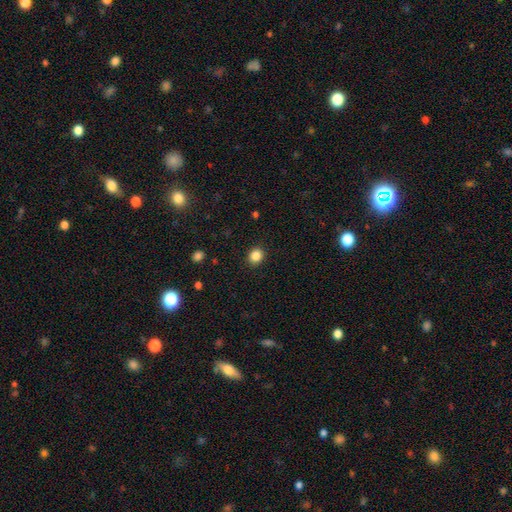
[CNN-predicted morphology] A smooth galaxy with no disk features (86%) that is round (74%). Merging: none (91%).